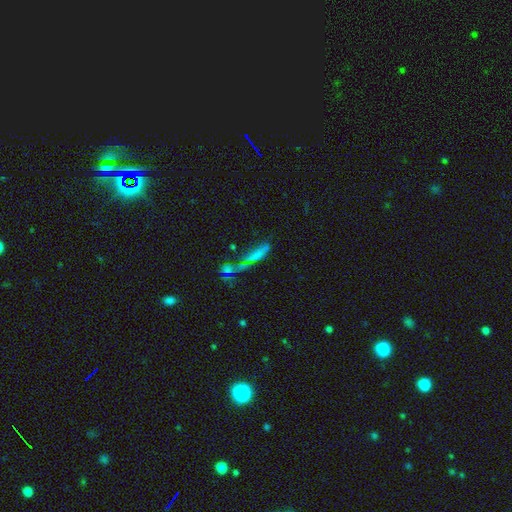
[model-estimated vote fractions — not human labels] Smooth or featured?
  - smooth: 48% *
  - featured or disk: 26%
  - star or artifact: 25%
Merging?
  - merger: 34% *
  - none: 33%
  - major disturbance: 18%
  - minor disturbance: 15%